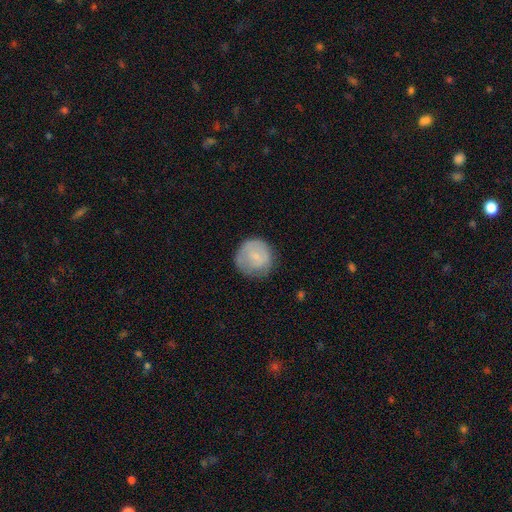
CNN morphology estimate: smooth_or_featured: smooth (p=0.73) [alt: featured or disk p=0.20]
how_rounded: round (p=0.91) [alt: in between p=0.08]
merging: none (p=0.68) [alt: minor disturbance p=0.22]